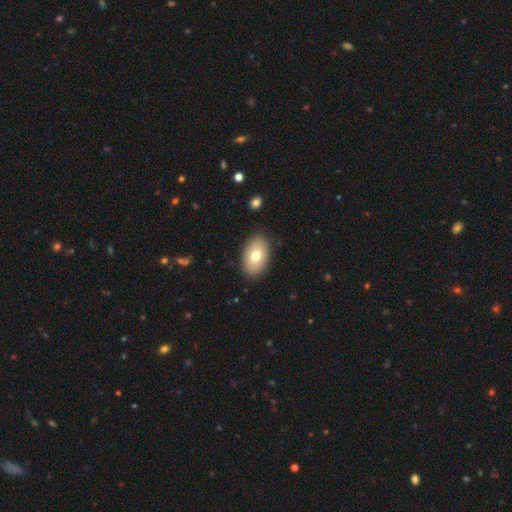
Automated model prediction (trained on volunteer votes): Smooth or featured: smooth — 73% (featured or disk — 21%)
How rounded: in between — 92% (round — 6%)
Merging: none — 87% (minor disturbance — 9%)